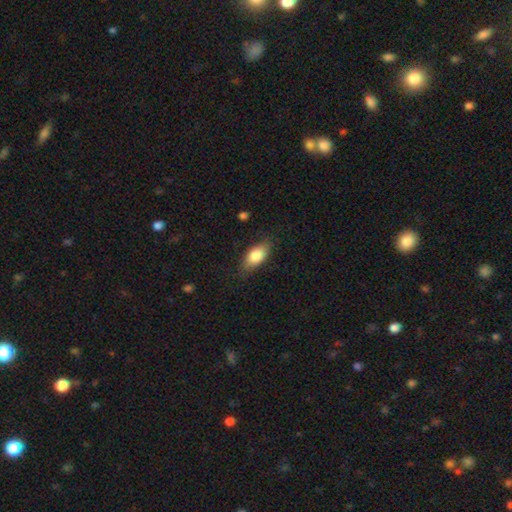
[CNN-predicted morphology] This is clearly a smooth galaxy (82%). How rounded: clearly in between (89%). Merging: likely none (79%).